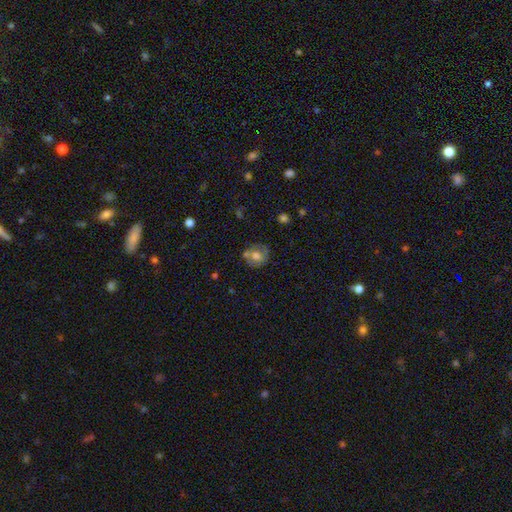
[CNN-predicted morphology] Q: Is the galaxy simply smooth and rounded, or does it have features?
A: smooth — 63%.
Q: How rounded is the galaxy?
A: round — 73%.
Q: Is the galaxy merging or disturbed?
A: none — 56%.